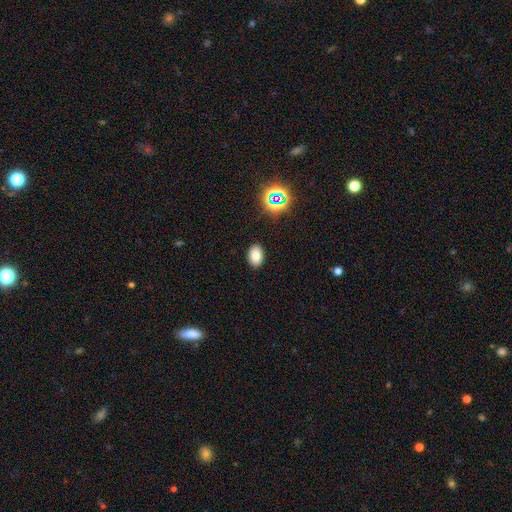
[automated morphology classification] Smooth or featured: smooth — 77% (star or artifact — 14%)
How rounded: in between — 84% (round — 15%)
Merging: none — 89% (minor disturbance — 8%)